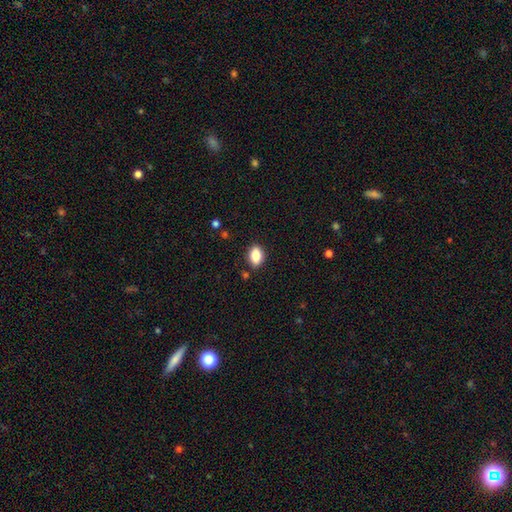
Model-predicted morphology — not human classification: Smooth or featured? Predicted: smooth (p=0.85). How rounded? Predicted: in between (p=0.84). Merging? Predicted: none (p=0.86).